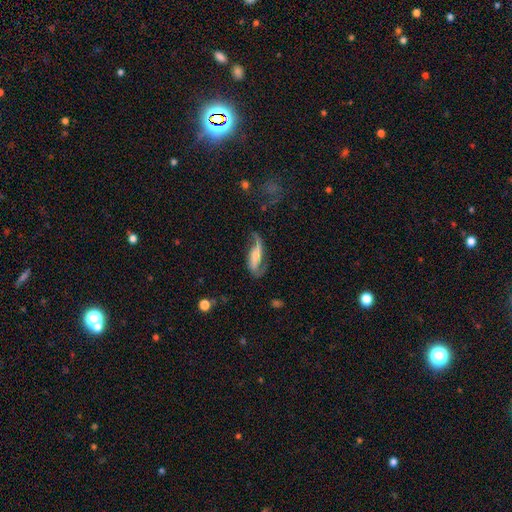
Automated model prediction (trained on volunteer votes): A featured or disk galaxy (74%) with no bar (36%), 2 (86%) loose (77%) spiral arms (91%) and a small central bulge (38%).

Vote fractions:
- Smooth or featured? featured or disk: 74% / smooth: 20% / star or artifact: 6%
- Edge-on disk? no: 85% / yes: 15%
- Bar? no: 36% / strong: 35% / weak: 29%
- Spiral arms? yes: 91% / no: 9%
- Spiral winding? loose: 77% / medium: 17% / tight: 6%
- Spiral arm count? 2: 86% / 1: 7% / can't tell: 3% / 3: 1% / 4: 1% / more than 4: 1%
- Bulge size? small: 38% / moderate: 32% / none: 16% / large: 11% / dominant: 3%
- Merging? none: 57% / minor disturbance: 22% / major disturbance: 18% / merger: 3%